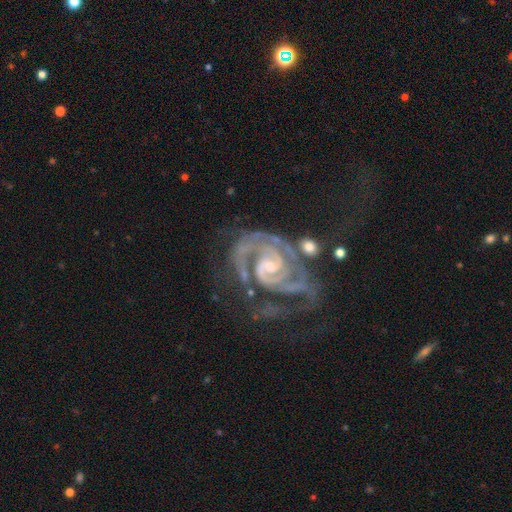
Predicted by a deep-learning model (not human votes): Smooth or featured: featured or disk — 88% (star or artifact — 7%)
Edge-on disk: no — 97% (yes — 3%)
Bar: no — 59% (weak — 30%)
Spiral arms: yes — 95% (no — 5%)
Spiral winding: tight — 59% (medium — 32%)
Spiral arm count: 2 — 53% (can't tell — 18%)
Bulge size: small — 62% (moderate — 33%)
Merging: none — 39% (major disturbance — 32%)